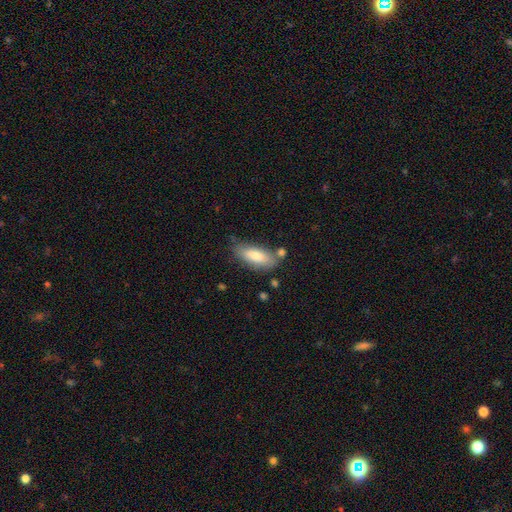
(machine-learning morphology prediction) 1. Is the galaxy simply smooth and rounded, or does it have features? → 76% smooth, 17% featured or disk, 7% star or artifact.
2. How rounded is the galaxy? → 70% in between, 28% cigar-shaped, 2% round.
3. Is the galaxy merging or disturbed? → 70% none, 19% minor disturbance, 7% merger, 4% major disturbance.